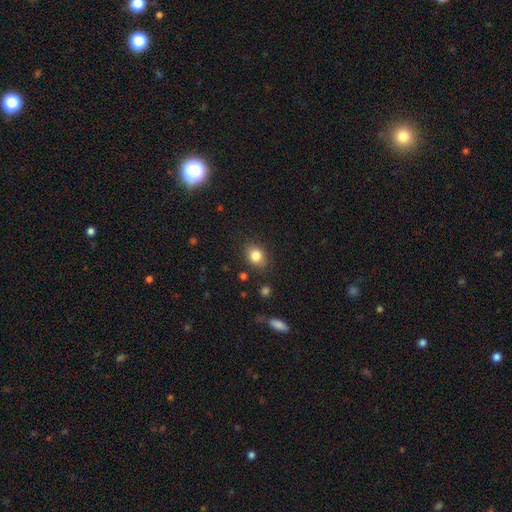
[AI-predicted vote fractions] This is clearly a smooth galaxy (83%). How rounded: possibly in between (57%). Merging: clearly none (82%).